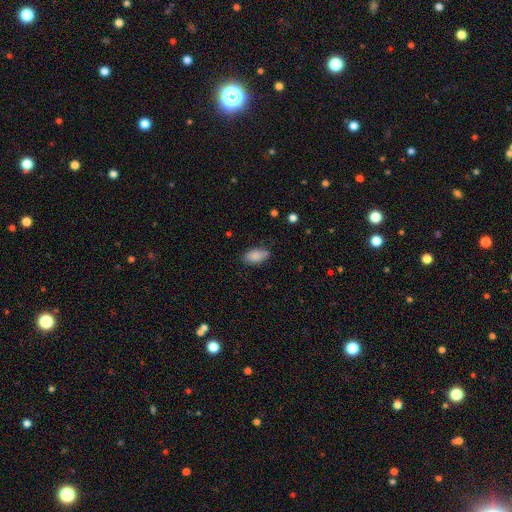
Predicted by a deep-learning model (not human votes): A smooth galaxy with no disk features (87%) that is in between round and cigar-shaped (93%).

Vote fractions:
- Smooth or featured? smooth: 87% / star or artifact: 7% / featured or disk: 6%
- How rounded? in between: 93% / round: 4% / cigar-shaped: 3%
- Merging? none: 76% / minor disturbance: 19% / major disturbance: 4% / merger: 2%